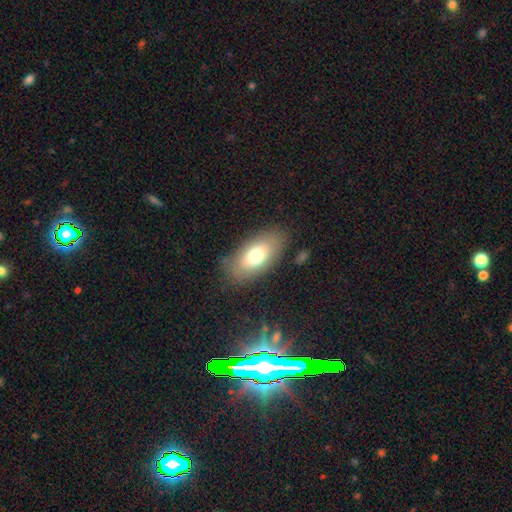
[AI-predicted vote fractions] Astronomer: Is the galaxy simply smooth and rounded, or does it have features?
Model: smooth — 70%.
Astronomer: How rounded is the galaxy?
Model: in between — 90%.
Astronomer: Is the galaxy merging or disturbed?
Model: none — 79%.